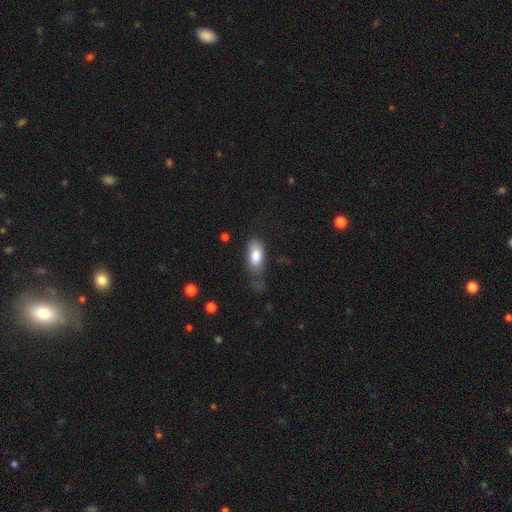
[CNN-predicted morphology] Smooth or featured? Predicted: smooth (p=0.80). How rounded? Predicted: in between (p=0.90). Merging? Predicted: none (p=0.40).